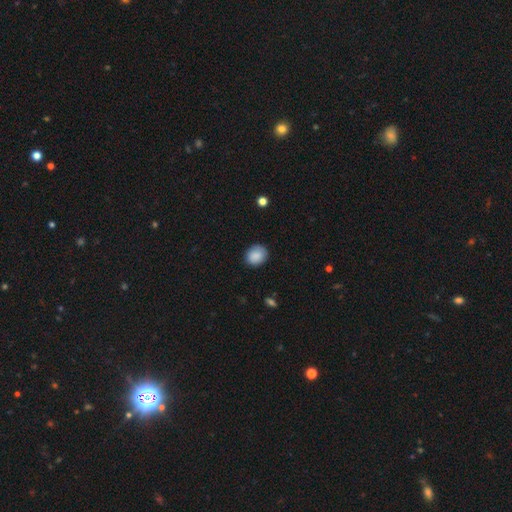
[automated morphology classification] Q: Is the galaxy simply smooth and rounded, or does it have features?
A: smooth — 88%.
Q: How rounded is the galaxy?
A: round — 66%.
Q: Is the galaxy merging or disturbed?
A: none — 83%.